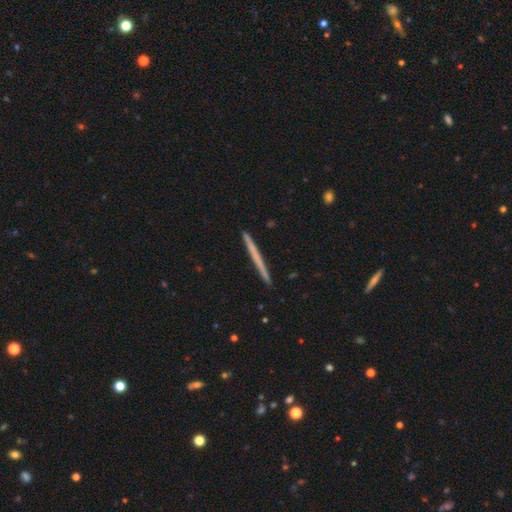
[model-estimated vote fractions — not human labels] Smooth or featured: smooth — 51% (featured or disk — 43%)
How rounded: cigar-shaped — 97% (in between — 1%)
Merging: none — 93% (minor disturbance — 5%)